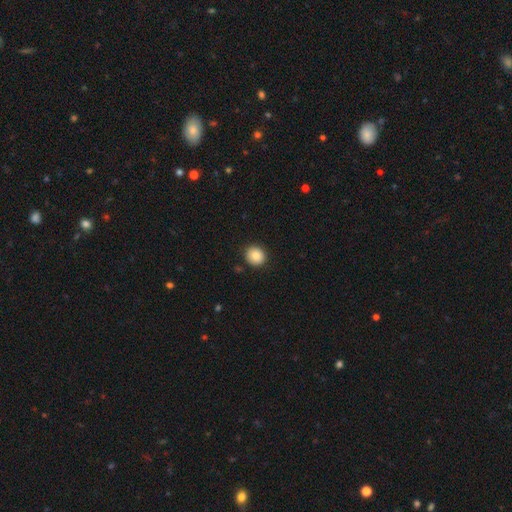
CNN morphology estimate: smooth 87%, star or artifact 9%, featured or disk 4%. Down the decision tree: how rounded — round (88%); merging — none (90%).